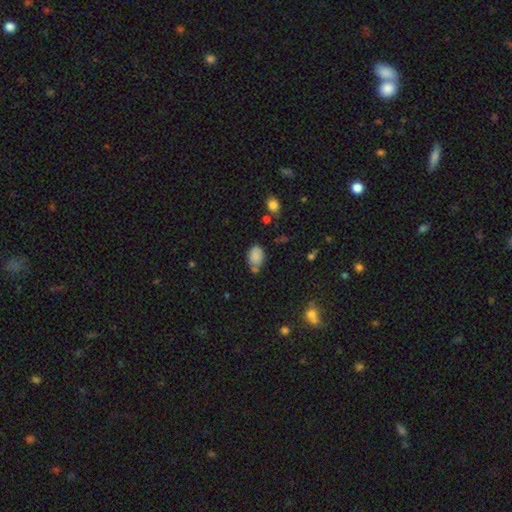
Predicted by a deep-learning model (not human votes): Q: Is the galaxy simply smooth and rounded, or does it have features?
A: smooth — 85%.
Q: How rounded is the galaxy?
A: in between — 80%.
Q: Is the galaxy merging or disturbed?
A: none — 57%.